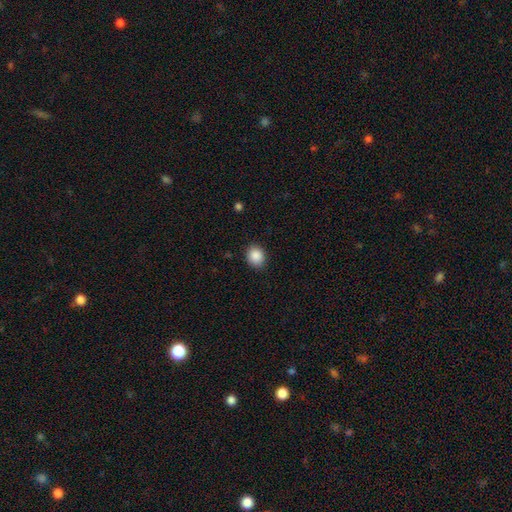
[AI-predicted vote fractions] A smooth galaxy with no disk features (88%) that is round (64%).

Vote fractions:
- Smooth or featured? smooth: 88% / star or artifact: 9% / featured or disk: 3%
- How rounded? round: 64% / in between: 35% / cigar-shaped: 1%
- Merging? none: 88% / minor disturbance: 9% / major disturbance: 2% / merger: 1%